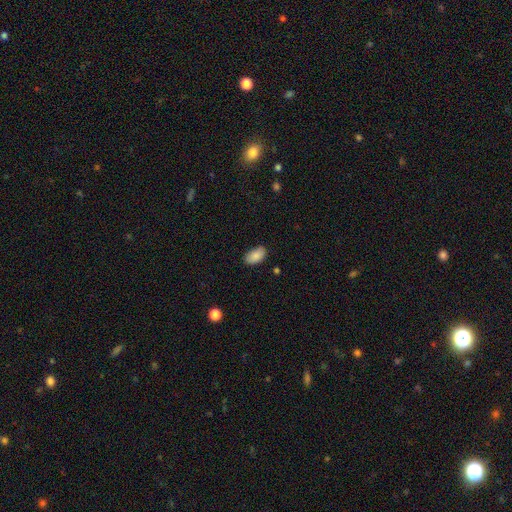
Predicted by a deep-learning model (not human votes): smooth_or_featured: smooth (p=0.88) [alt: star or artifact p=0.07]
how_rounded: in between (p=0.95) [alt: round p=0.04]
merging: none (p=0.84) [alt: minor disturbance p=0.12]